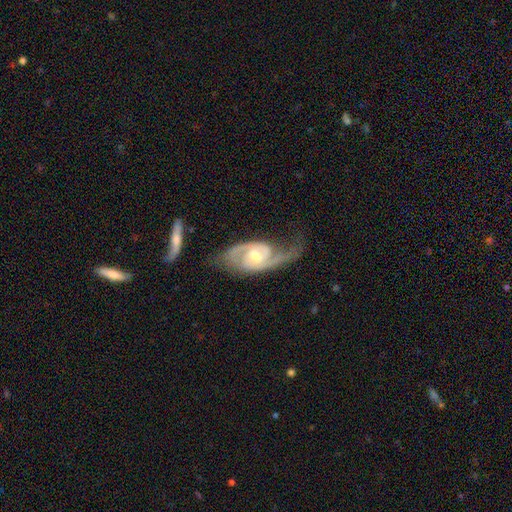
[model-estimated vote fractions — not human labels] Smooth or featured: featured or disk — 91% (smooth — 5%)
Edge-on disk: no — 96% (yes — 4%)
Bar: weak — 47% (no — 41%)
Spiral arms: yes — 98% (no — 2%)
Spiral winding: medium — 48% (tight — 38%)
Spiral arm count: 2 — 87% (can't tell — 4%)
Bulge size: moderate — 66% (small — 26%)
Merging: none — 60% (minor disturbance — 24%)